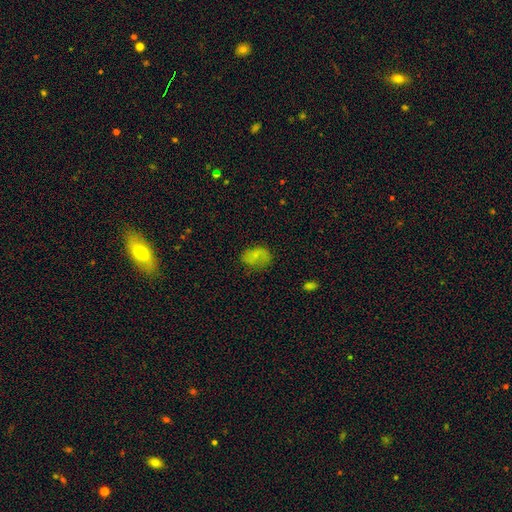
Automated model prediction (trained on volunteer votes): Smooth or featured? smooth (59%)
How rounded? in between (78%)
Merging? none (57%)